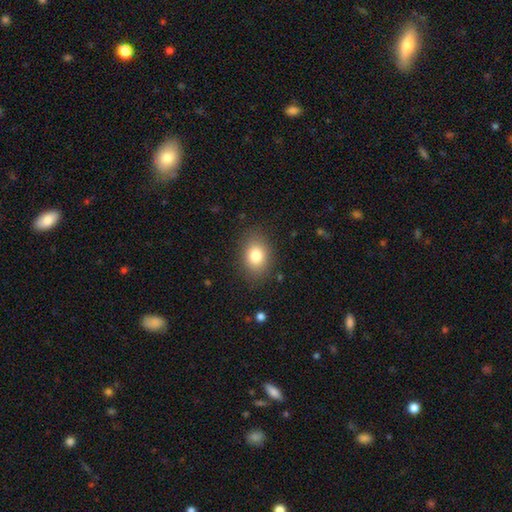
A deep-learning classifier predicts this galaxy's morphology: smooth 81%, star or artifact 10%, featured or disk 9%. Down the decision tree: how rounded — in between (69%); merging — none (84%).